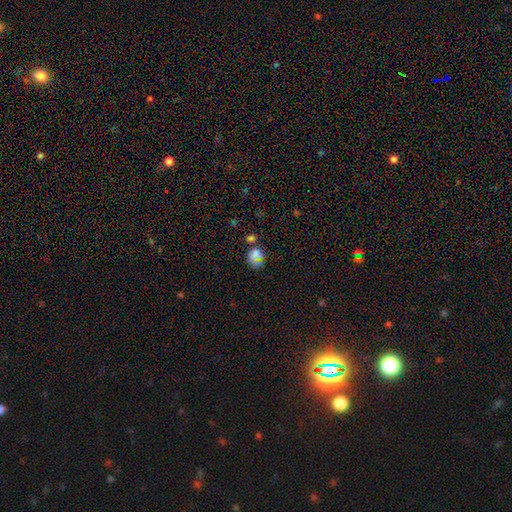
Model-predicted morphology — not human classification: Overall: smooth (62%; star or artifact 27%). How rounded: round (72%). Merging: none (60%).